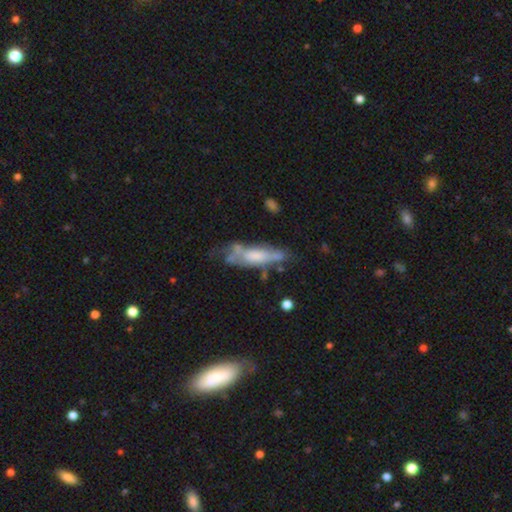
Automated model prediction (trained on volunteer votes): smooth-or-featured: featured or disk: 49% | smooth: 43% | star or artifact: 8%
  merging: none: 37% | minor disturbance: 28% | major disturbance: 22% | merger: 13%